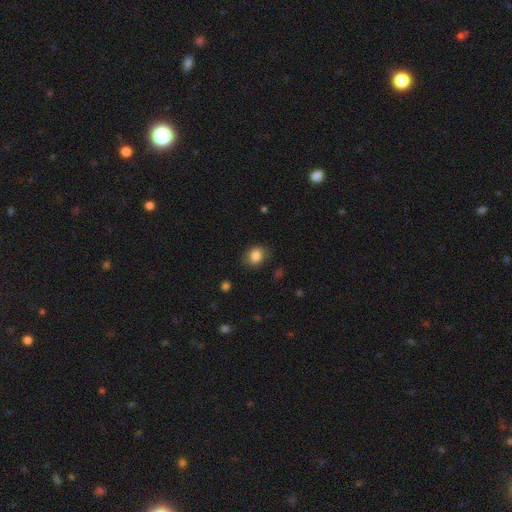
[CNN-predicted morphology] This is clearly a smooth galaxy (82%). How rounded: possibly round (52%). Merging: likely none (77%).